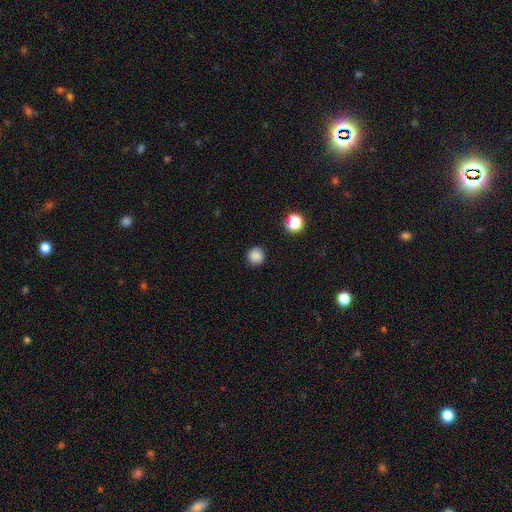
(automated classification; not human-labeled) A smooth galaxy with no disk features (85%) that is round (93%). Merging: none (90%).